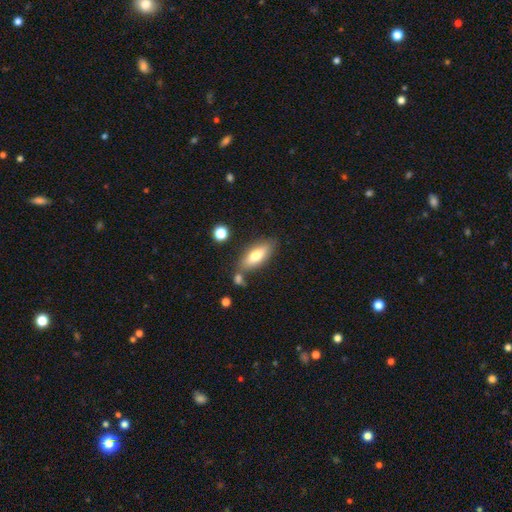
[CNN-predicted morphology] A smooth galaxy with no disk features (73%) that is in between round and cigar-shaped (73%).

Vote fractions:
- Smooth or featured? smooth: 73% / featured or disk: 20% / star or artifact: 7%
- How rounded? in between: 73% / cigar-shaped: 24% / round: 2%
- Merging? none: 71% / minor disturbance: 15% / merger: 11% / major disturbance: 4%